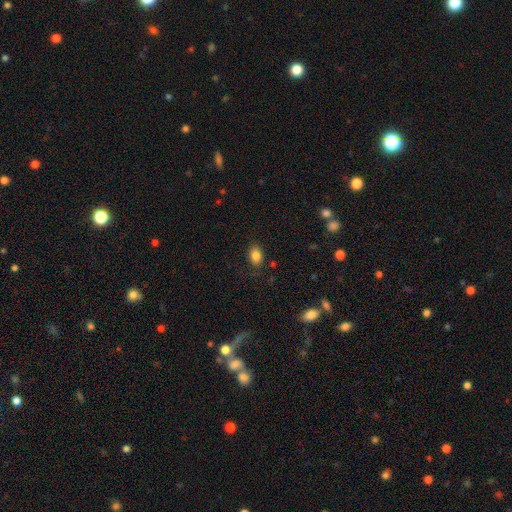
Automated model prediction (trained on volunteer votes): This is clearly a smooth galaxy (84%). How rounded: clearly in between (81%). Merging: clearly none (82%).